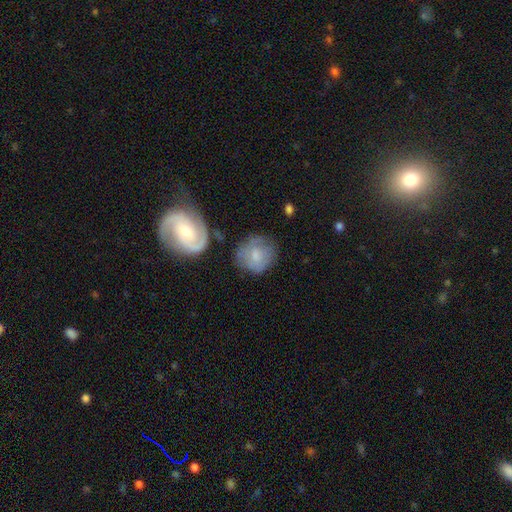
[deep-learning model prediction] The model was most divided on "smooth or featured": smooth: 59%, featured or disk: 34%, star or artifact: 7%. More confident: how rounded — round (82%); merging — none (63%).